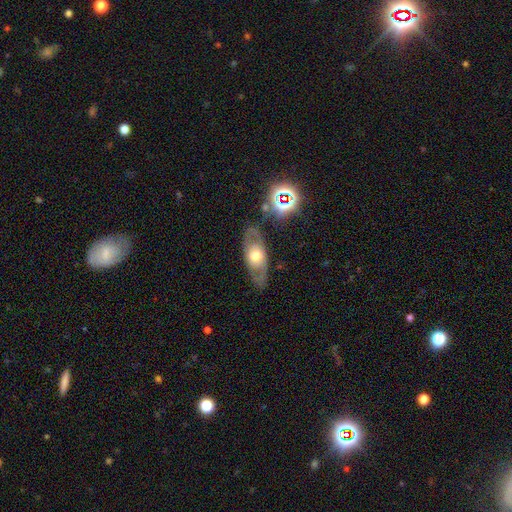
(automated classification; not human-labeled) The model was most divided on "smooth or featured": featured or disk: 59%, smooth: 33%, star or artifact: 8%. More confident: merging — none (77%); edge-on disk — no (77%).